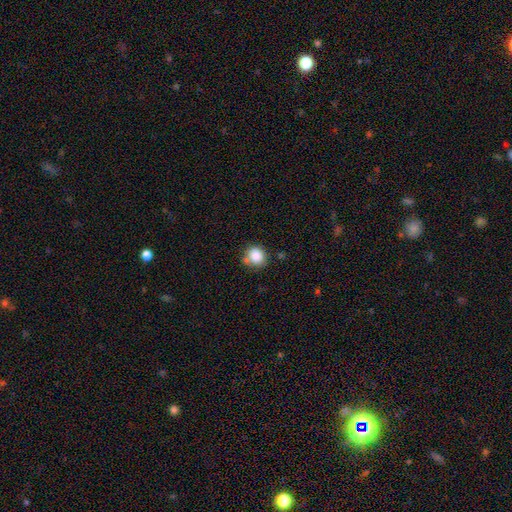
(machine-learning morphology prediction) A smooth galaxy with no disk features (86%) that is round (83%).

Vote fractions:
- Smooth or featured? smooth: 86% / star or artifact: 10% / featured or disk: 5%
- How rounded? round: 83% / in between: 16% / cigar-shaped: 1%
- Merging? none: 70% / minor disturbance: 17% / merger: 9% / major disturbance: 4%